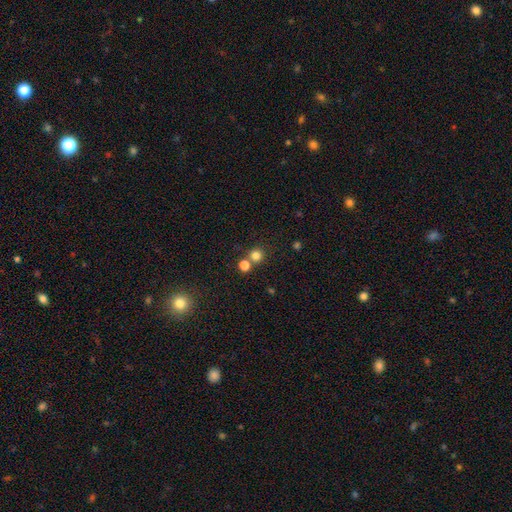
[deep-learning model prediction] smooth 79%, star or artifact 15%, featured or disk 6%. Down the decision tree: how rounded — round (92%); merging — none (66%).